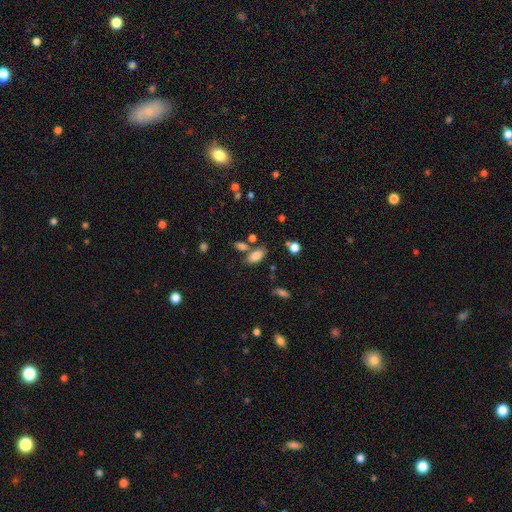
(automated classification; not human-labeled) This appears to be a smooth galaxy with no disk features (82%) that is in between round and cigar-shaped (90%). Merging: none (65%).